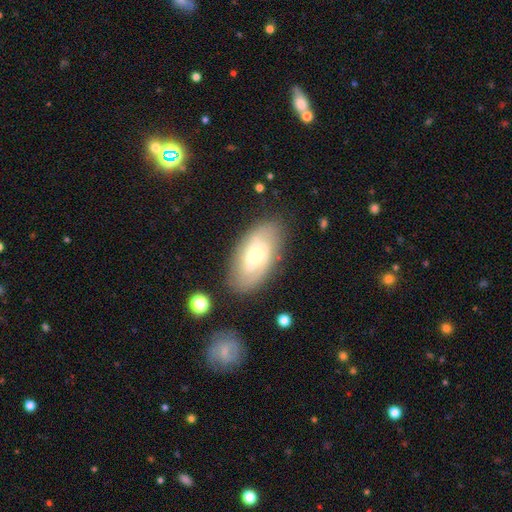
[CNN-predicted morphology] A featured or disk galaxy (56%) with a weak bar (45%), spiral arms (70%) and a moderate central bulge (48%). Merging: none (77%).